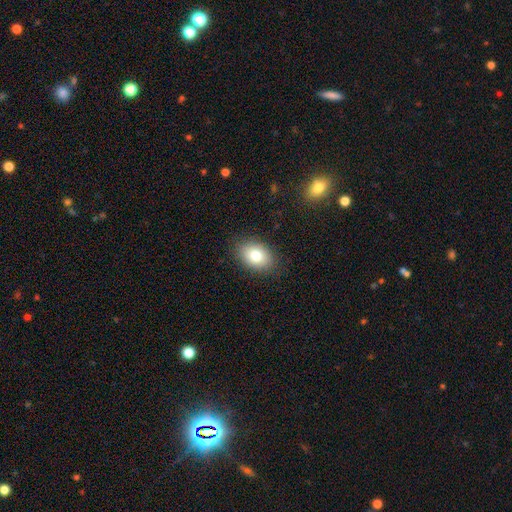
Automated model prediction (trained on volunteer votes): Q: Smooth or featured?
A: smooth (80%); runner-up: featured or disk (12%)
Q: How rounded?
A: in between (78%); runner-up: round (21%)
Q: Merging?
A: none (86%); runner-up: minor disturbance (10%)